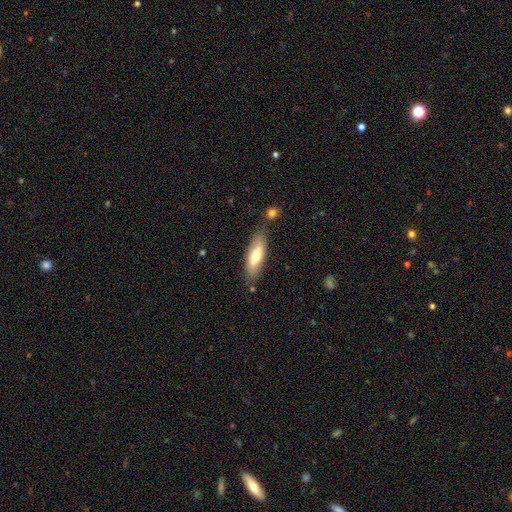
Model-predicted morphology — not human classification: Q: Smooth or featured?
A: smooth (63%); runner-up: featured or disk (31%)
Q: How rounded?
A: in between (56%); runner-up: cigar-shaped (42%)
Q: Merging?
A: none (77%); runner-up: minor disturbance (15%)